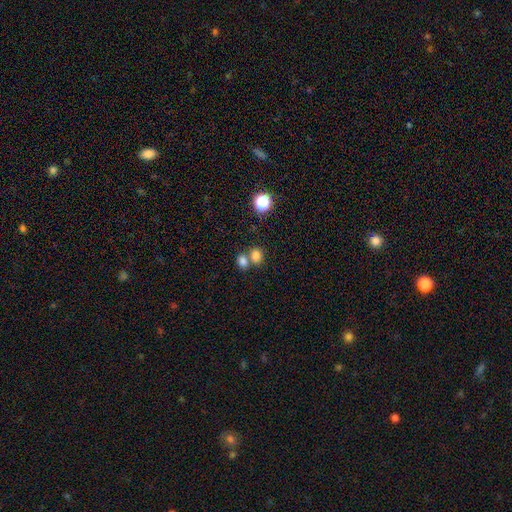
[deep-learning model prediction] Smooth or featured: smooth — 78% (star or artifact — 14%)
How rounded: in between — 50% (round — 49%)
Merging: merger — 46% (none — 43%)